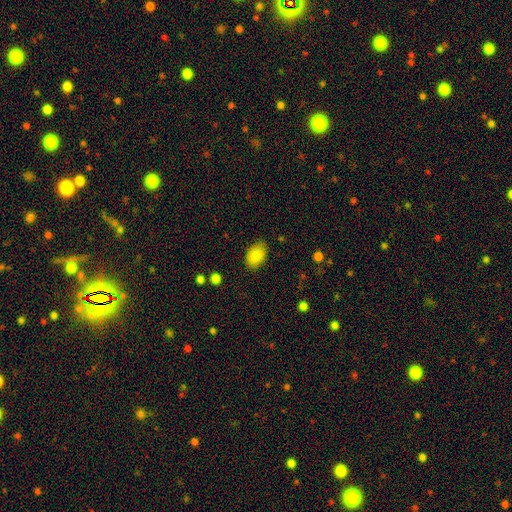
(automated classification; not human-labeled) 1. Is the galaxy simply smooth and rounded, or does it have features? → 84% smooth, 8% featured or disk, 8% star or artifact.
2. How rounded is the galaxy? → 86% in between, 13% round, 1% cigar-shaped.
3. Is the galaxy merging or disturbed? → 83% none, 13% minor disturbance, 3% major disturbance, 1% merger.